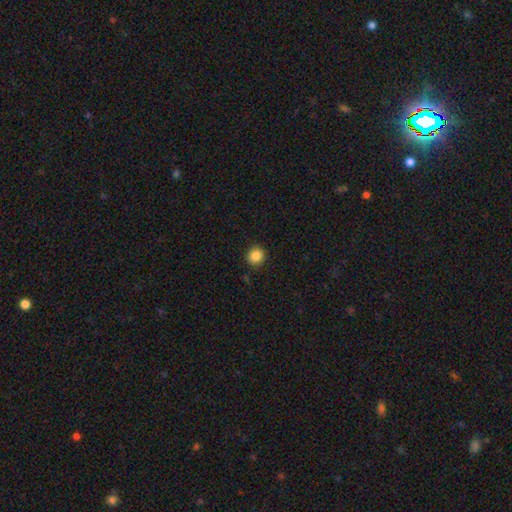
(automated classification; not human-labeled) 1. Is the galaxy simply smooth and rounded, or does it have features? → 85% smooth, 10% star or artifact, 4% featured or disk.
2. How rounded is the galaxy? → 89% round, 10% in between, 1% cigar-shaped.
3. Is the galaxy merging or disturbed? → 91% none, 6% minor disturbance, 2% major disturbance, 1% merger.